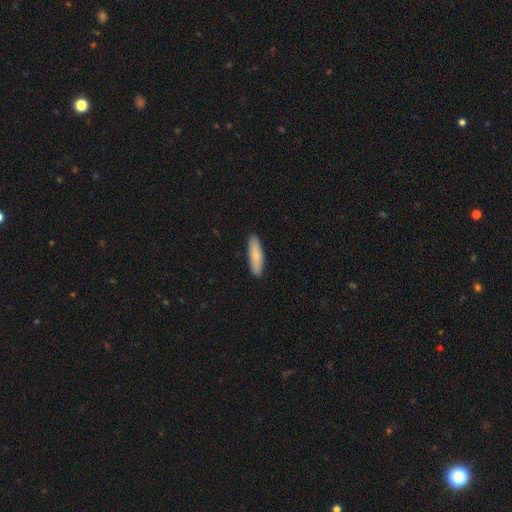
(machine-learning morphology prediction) Overall: smooth (82%). How rounded: cigar-shaped (61%; in between 37%). Merging: none (89%).